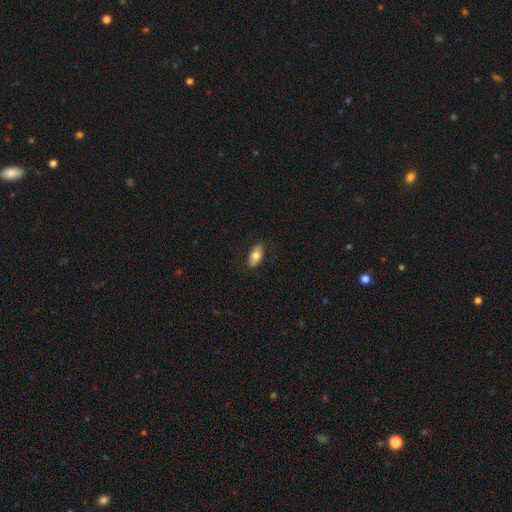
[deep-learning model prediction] Smooth or featured? Predicted: smooth (p=0.73). How rounded? Predicted: in between (p=0.86). Merging? Predicted: none (p=0.85).